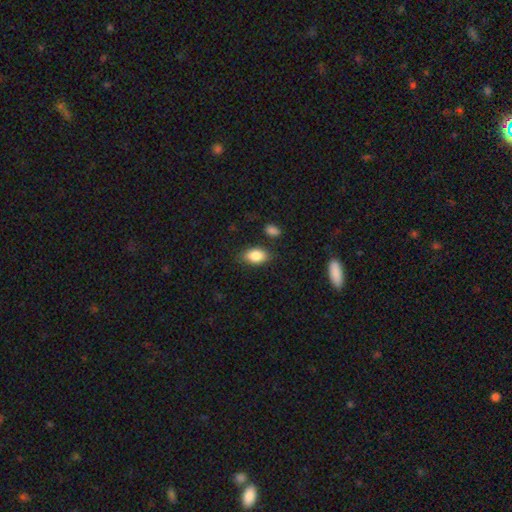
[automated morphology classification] A smooth galaxy with no disk features (86%) that is in between round and cigar-shaped (90%). Merging: none (80%).